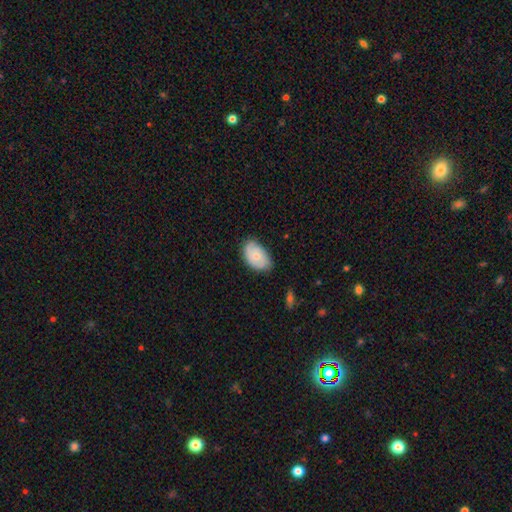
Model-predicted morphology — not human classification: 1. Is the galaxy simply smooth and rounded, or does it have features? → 69% smooth, 25% featured or disk, 6% star or artifact.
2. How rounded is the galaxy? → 91% in between, 7% round, 1% cigar-shaped.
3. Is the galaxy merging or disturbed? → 72% none, 23% minor disturbance, 4% major disturbance, 1% merger.